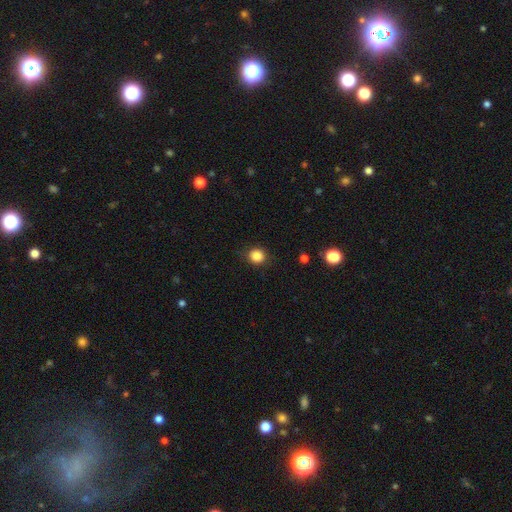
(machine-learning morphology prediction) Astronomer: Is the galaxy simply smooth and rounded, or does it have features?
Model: smooth — 86%.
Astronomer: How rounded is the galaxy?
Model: round — 88%.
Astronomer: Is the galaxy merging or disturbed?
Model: none — 87%.